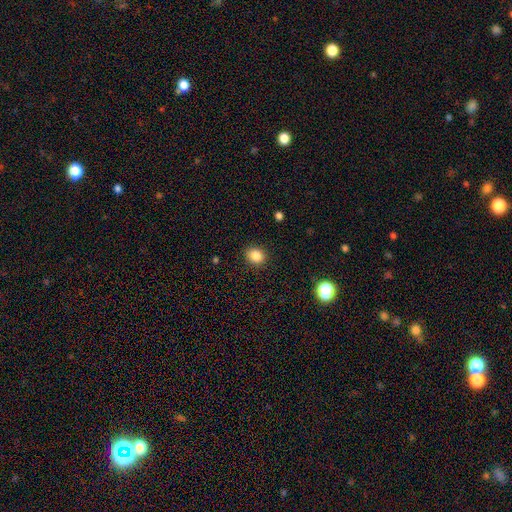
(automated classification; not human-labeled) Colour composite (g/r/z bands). It shows a smooth galaxy with no disk features (85%) that is round (69%). Merging: none (90%).